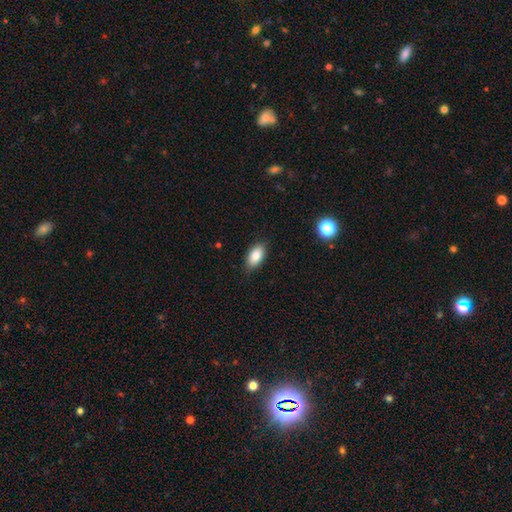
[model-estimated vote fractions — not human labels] Smooth or featured: smooth — 83% (featured or disk — 10%)
How rounded: in between — 93% (round — 4%)
Merging: none — 85% (minor disturbance — 11%)